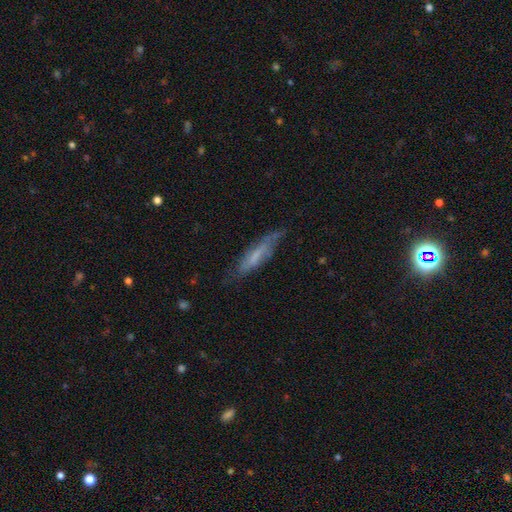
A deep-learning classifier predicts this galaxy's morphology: type=smooth (48%); merging=none (61%).